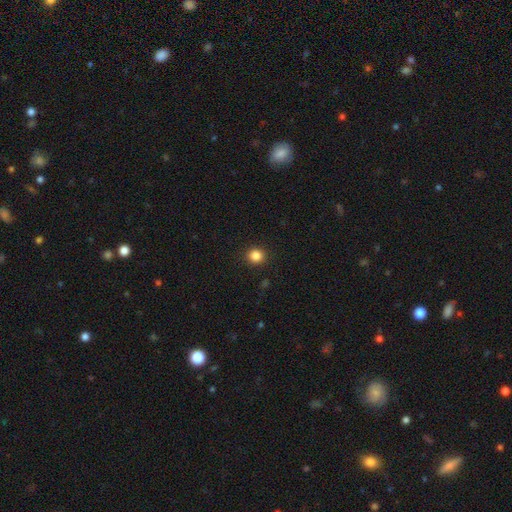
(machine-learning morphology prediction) Smooth or featured?
  - smooth: 85% *
  - star or artifact: 12%
  - featured or disk: 4%
How rounded?
  - round: 90% *
  - in between: 9%
  - cigar-shaped: 1%
Merging?
  - none: 92% *
  - minor disturbance: 5%
  - major disturbance: 2%
  - merger: 1%